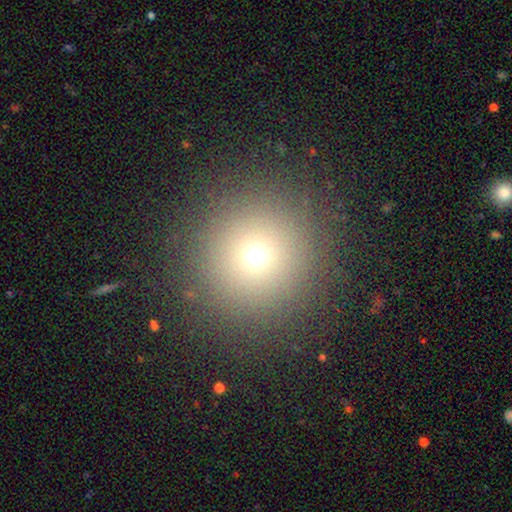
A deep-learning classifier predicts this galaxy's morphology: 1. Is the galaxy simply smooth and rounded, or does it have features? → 68% smooth, 22% star or artifact, 9% featured or disk.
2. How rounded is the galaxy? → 96% round, 3% in between, 1% cigar-shaped.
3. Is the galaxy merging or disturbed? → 90% none, 5% minor disturbance, 3% major disturbance, 1% merger.